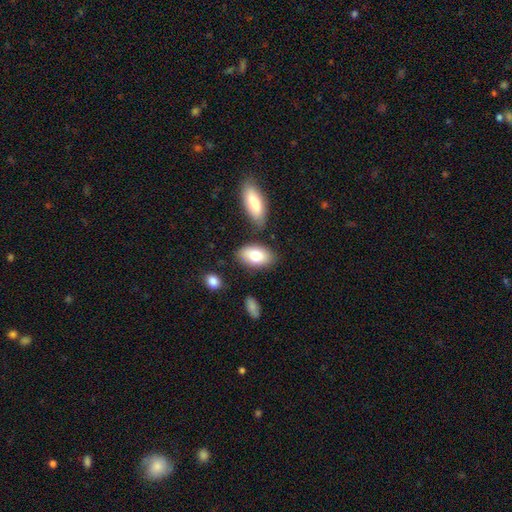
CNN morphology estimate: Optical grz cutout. It shows a smooth galaxy with no disk features (78%) that is in between round and cigar-shaped (93%). Merging: none (73%).